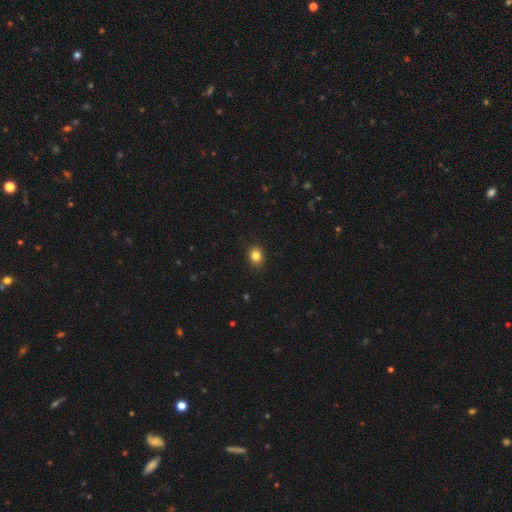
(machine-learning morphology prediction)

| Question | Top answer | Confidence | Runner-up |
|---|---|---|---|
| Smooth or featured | smooth | 83% | star or artifact (11%) |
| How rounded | round | 53% | in between (46%) |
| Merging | none | 89% | minor disturbance (8%) |